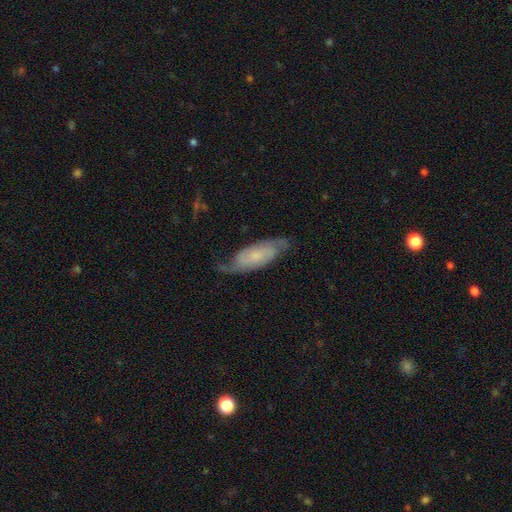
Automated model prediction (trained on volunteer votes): A featured or disk galaxy (74%) with no bar (65%), 2 (82%) medium (42%) spiral arms (94%) and a small central bulge (56%). Merging: none (69%).